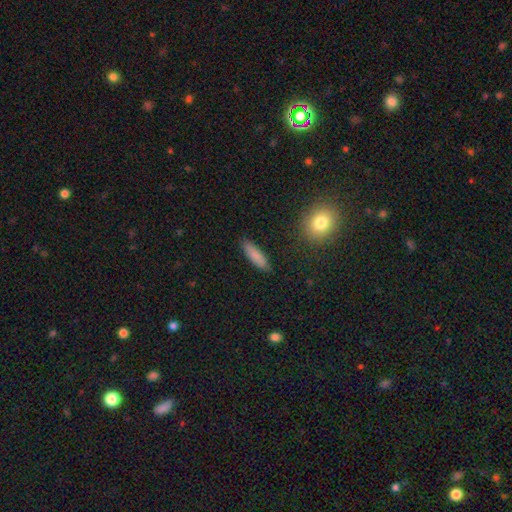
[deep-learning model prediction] Smooth or featured? Predicted: smooth (p=0.84). How rounded? Predicted: cigar-shaped (p=0.70). Merging? Predicted: none (p=0.88).